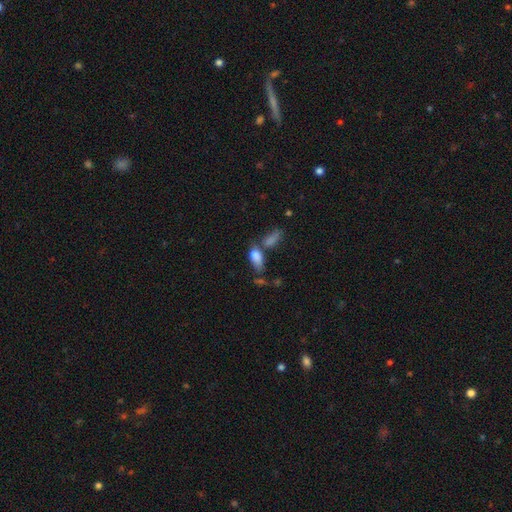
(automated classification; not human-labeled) Morphology: type=smooth (80%); roundness=in between (87%); merging=merger (43%).